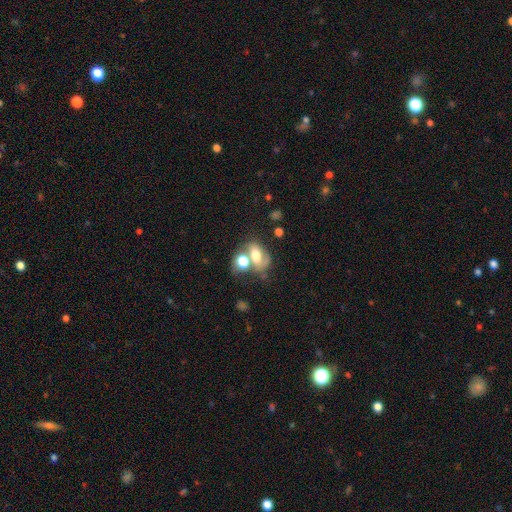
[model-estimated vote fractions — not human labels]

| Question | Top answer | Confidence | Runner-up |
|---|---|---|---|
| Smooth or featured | smooth | 51% | featured or disk (36%) |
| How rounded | in between | 71% | round (28%) |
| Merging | merger | 52% | none (24%) |